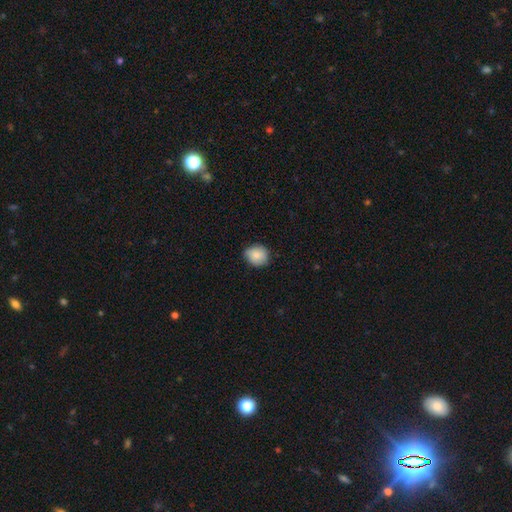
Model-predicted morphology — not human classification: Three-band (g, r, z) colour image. It shows a smooth galaxy with no disk features (86%) that is round (75%). Merging: none (76%).